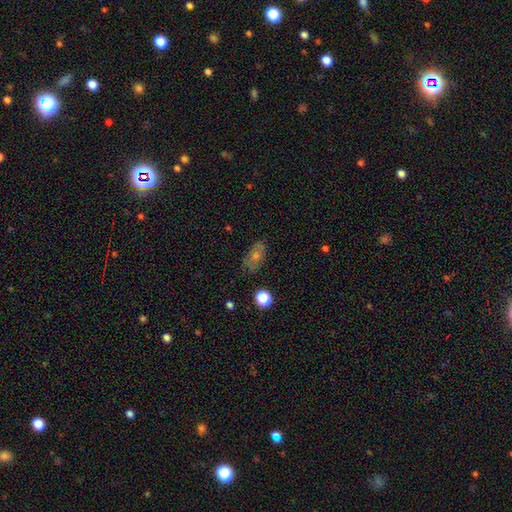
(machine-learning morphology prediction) Smooth or featured: smooth — 43% (featured or disk — 34%)
Merging: none — 78% (minor disturbance — 16%)